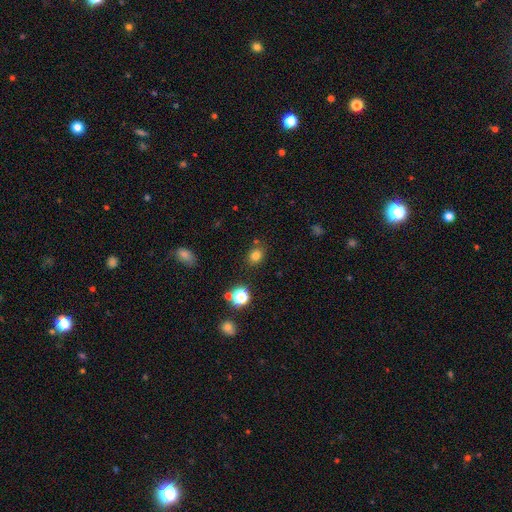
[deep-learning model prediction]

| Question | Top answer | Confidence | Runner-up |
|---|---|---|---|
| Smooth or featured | smooth | 78% | star or artifact (16%) |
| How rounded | round | 64% | in between (35%) |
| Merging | none | 79% | minor disturbance (12%) |